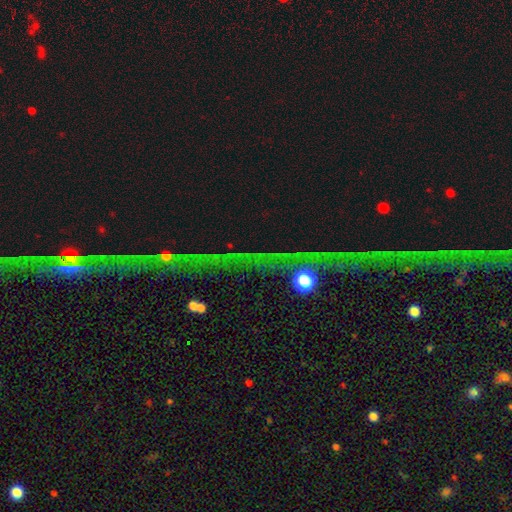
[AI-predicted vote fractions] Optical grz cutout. It shows a star or artifact, not a galaxy (82%).